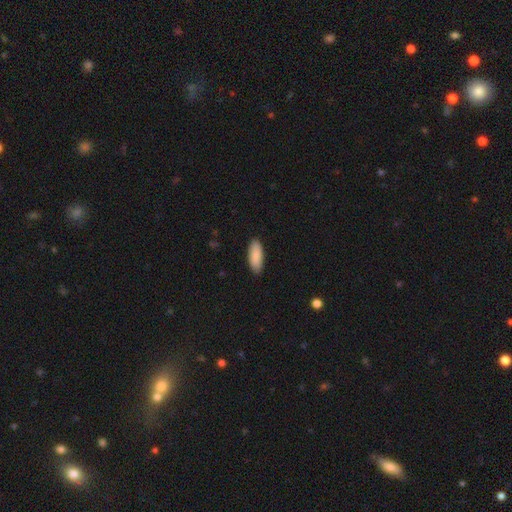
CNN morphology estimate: smooth 90%, star or artifact 5%, featured or disk 5%. Down the decision tree: how rounded — in between (75%); merging — none (88%).